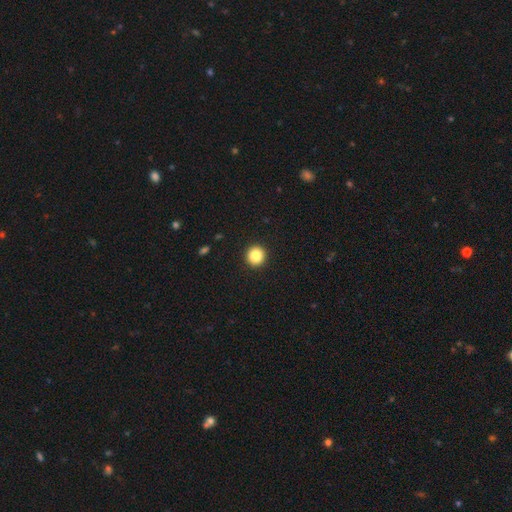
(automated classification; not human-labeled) Smooth or featured: smooth — 84% (star or artifact — 10%)
How rounded: round — 94% (in between — 5%)
Merging: none — 93% (minor disturbance — 4%)